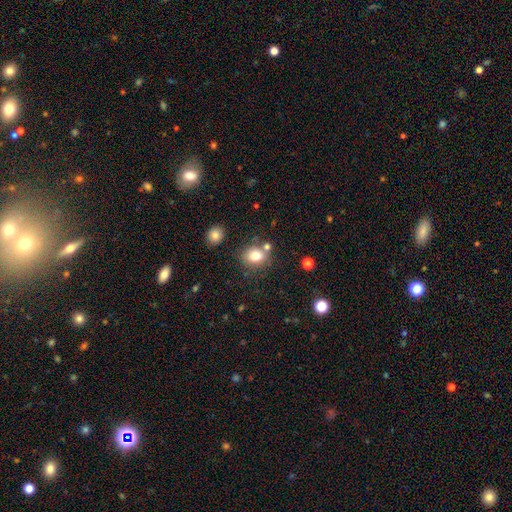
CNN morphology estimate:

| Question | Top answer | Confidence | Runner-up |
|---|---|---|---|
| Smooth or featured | smooth | 80% | star or artifact (12%) |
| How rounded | round | 62% | in between (37%) |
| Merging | none | 68% | merger (14%) |